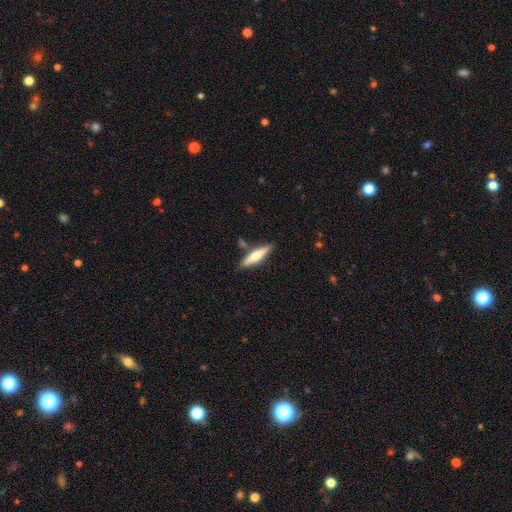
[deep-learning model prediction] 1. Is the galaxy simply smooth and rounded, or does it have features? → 53% smooth, 41% featured or disk, 6% star or artifact.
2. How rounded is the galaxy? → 78% cigar-shaped, 20% in between, 2% round.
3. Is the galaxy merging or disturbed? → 82% none, 11% minor disturbance, 5% merger, 2% major disturbance.